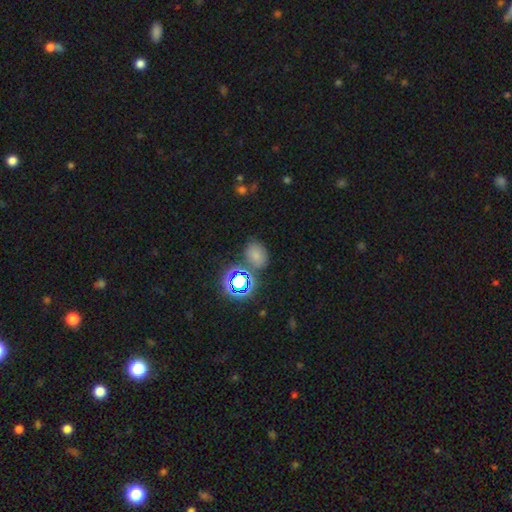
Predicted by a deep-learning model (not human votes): smooth-or-featured: smooth: 63% | star or artifact: 28% | featured or disk: 9%
  how-rounded: in between: 65% | round: 34% | cigar-shaped: 1%
  merging: none: 67% | minor disturbance: 16% | merger: 12% | major disturbance: 5%